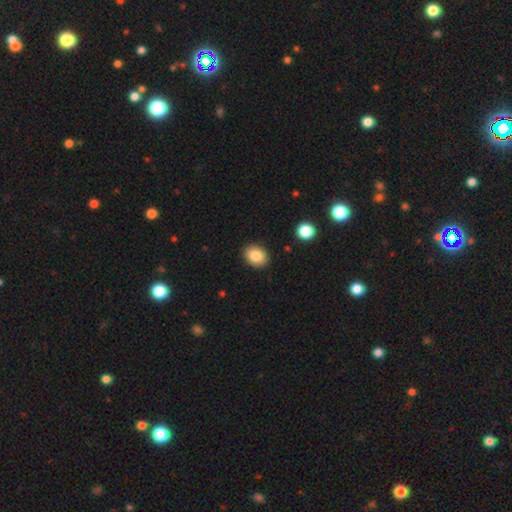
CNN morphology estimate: A smooth galaxy with no disk features (84%) that is in between round and cigar-shaped (56%). Merging: none (90%).